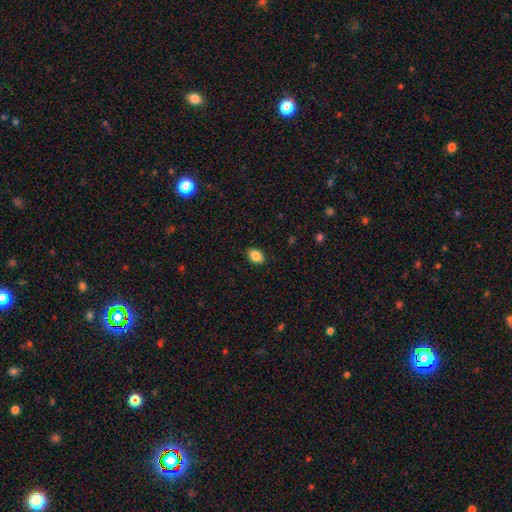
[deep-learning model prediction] Smooth or featured: smooth — 85% (star or artifact — 8%)
How rounded: in between — 86% (round — 12%)
Merging: none — 88% (minor disturbance — 10%)